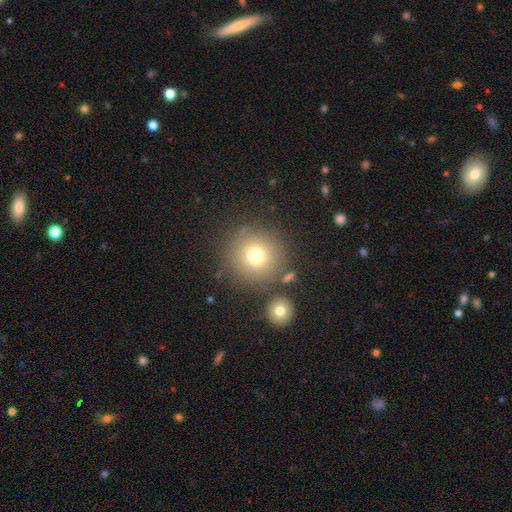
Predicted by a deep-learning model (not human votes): smooth 73%, star or artifact 15%, featured or disk 12%. Down the decision tree: how rounded — round (94%); merging — none (80%).